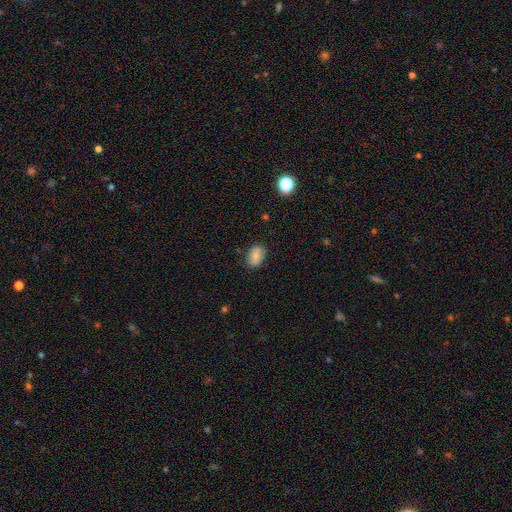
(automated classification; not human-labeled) smooth_or_featured: smooth (p=0.79) [alt: featured or disk p=0.12]
how_rounded: in between (p=0.85) [alt: round p=0.14]
merging: none (p=0.82) [alt: minor disturbance p=0.14]